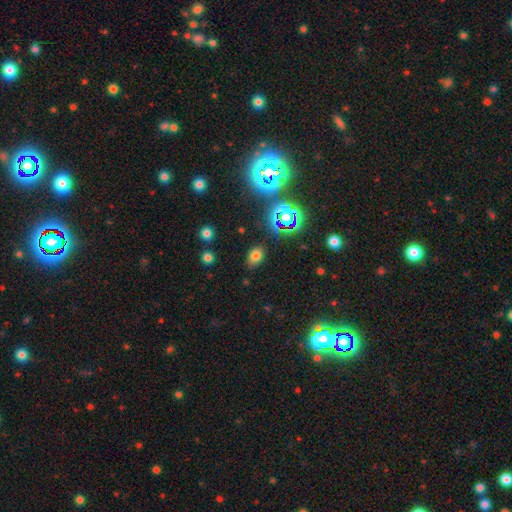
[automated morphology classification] A smooth galaxy with no disk features (70%) that is in between round and cigar-shaped (79%).

Vote fractions:
- Smooth or featured? smooth: 70% / star or artifact: 22% / featured or disk: 8%
- How rounded? in between: 79% / round: 19% / cigar-shaped: 1%
- Merging? none: 82% / minor disturbance: 12% / major disturbance: 4% / merger: 2%